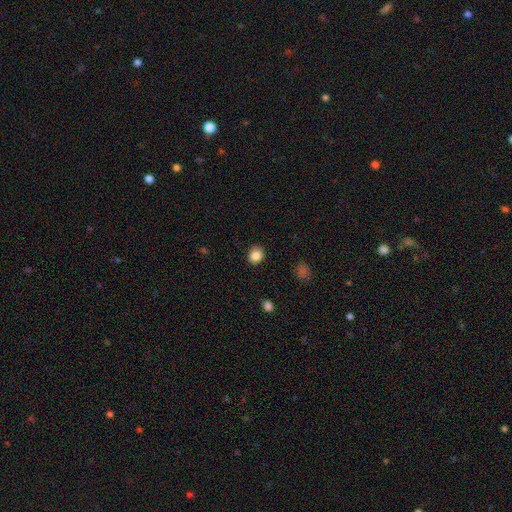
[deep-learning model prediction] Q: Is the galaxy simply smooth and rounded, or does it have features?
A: smooth — 86%.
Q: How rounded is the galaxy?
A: round — 75%.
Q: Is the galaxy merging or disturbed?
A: none — 89%.